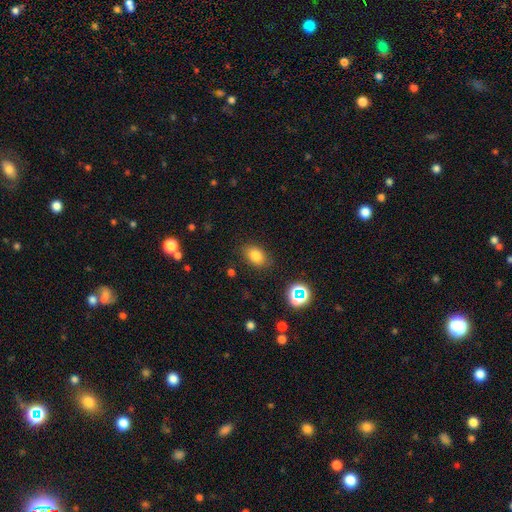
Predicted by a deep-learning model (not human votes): This appears to be a smooth galaxy with no disk features (78%) that is in between round and cigar-shaped (75%). Merging: none (83%).